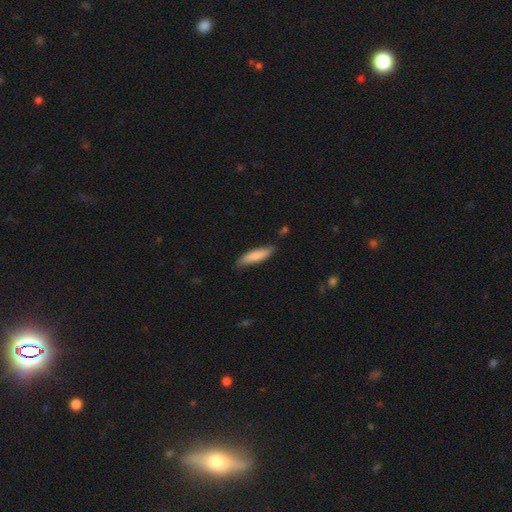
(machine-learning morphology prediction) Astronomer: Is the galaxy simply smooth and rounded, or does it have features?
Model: smooth — 80%.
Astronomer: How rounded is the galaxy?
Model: cigar-shaped — 71%.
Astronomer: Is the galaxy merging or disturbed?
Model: none — 75%.